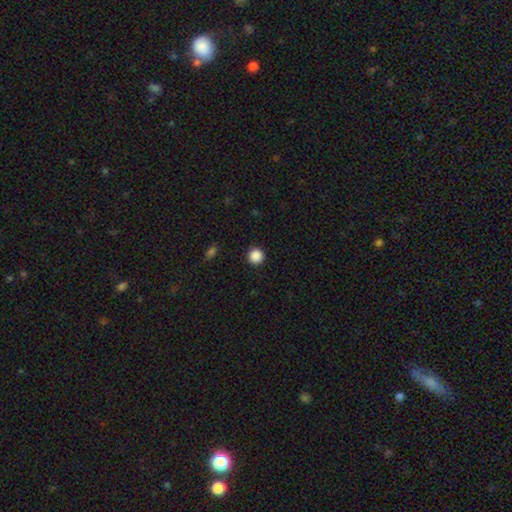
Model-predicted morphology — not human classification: This is clearly a smooth galaxy (88%). How rounded: clearly round (96%). Merging: clearly none (93%).